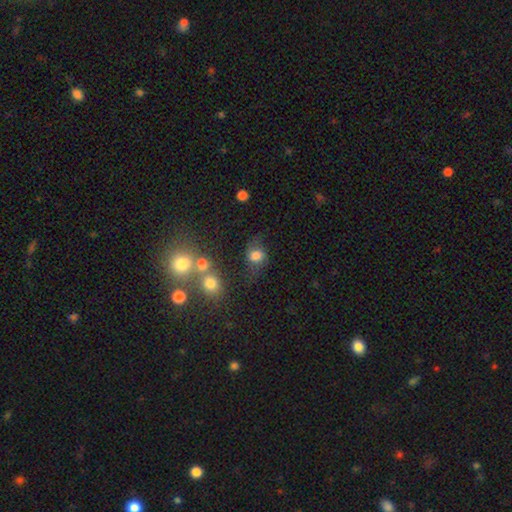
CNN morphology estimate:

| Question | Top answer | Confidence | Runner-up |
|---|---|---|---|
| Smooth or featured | smooth | 62% | featured or disk (25%) |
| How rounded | round | 64% | in between (34%) |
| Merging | none | 49% | minor disturbance (24%) |